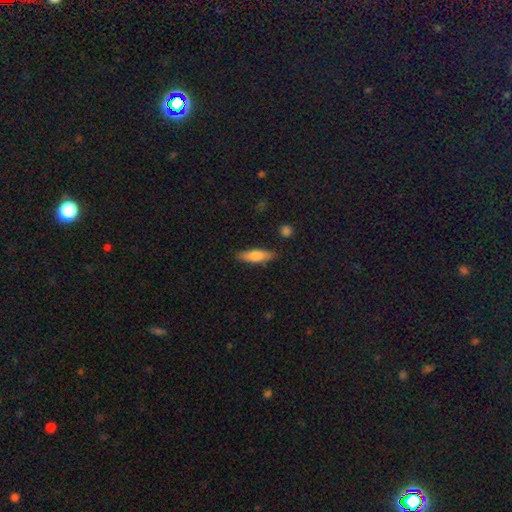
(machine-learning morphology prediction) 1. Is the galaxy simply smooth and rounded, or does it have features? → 70% smooth, 23% featured or disk, 6% star or artifact.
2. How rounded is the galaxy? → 56% cigar-shaped, 42% in between, 2% round.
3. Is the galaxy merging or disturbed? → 86% none, 10% minor disturbance, 2% major disturbance, 2% merger.